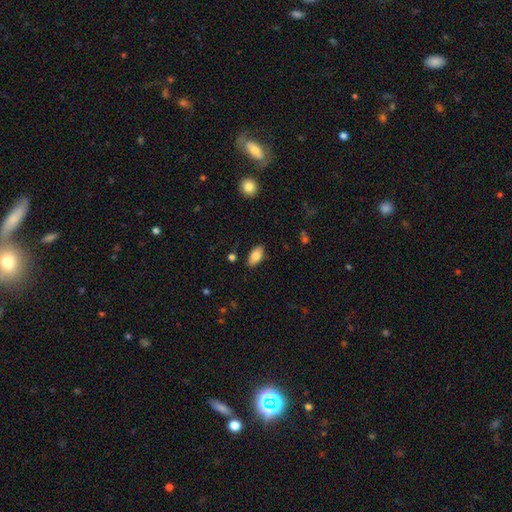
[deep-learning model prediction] This appears to be a smooth galaxy with no disk features (84%) that is in between round and cigar-shaped (92%). Merging: none (85%).